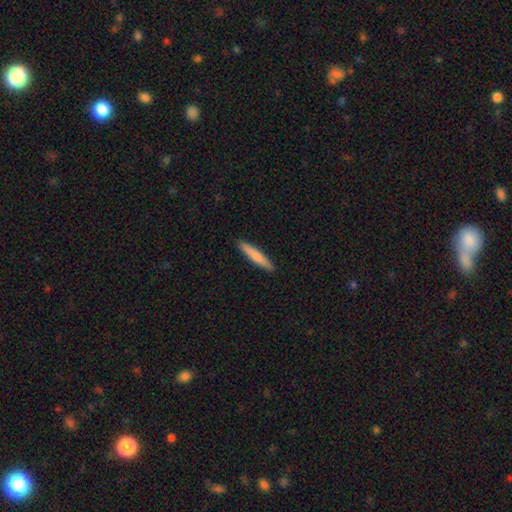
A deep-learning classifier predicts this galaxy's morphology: type=smooth (76%); roundness=cigar-shaped (93%); merging=none (92%).